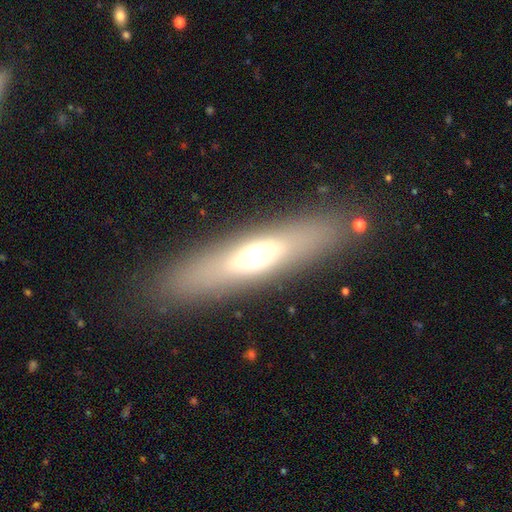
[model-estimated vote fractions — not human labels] Smooth or featured? smooth (51%)
How rounded? cigar-shaped (68%)
Merging? none (86%)